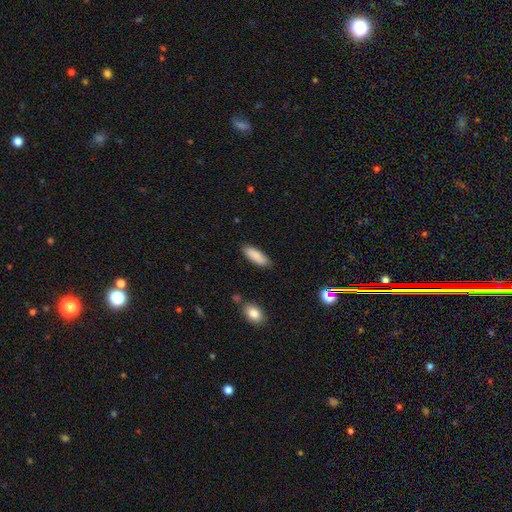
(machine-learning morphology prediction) This is clearly a smooth galaxy (88%). How rounded: possibly in between (58%). Merging: clearly none (84%).